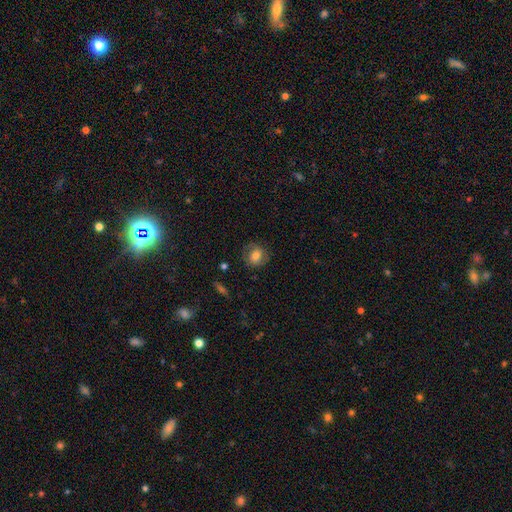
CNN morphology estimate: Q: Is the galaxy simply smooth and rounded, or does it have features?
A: smooth — 73%.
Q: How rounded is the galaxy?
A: round — 76%.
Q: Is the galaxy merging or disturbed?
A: none — 78%.